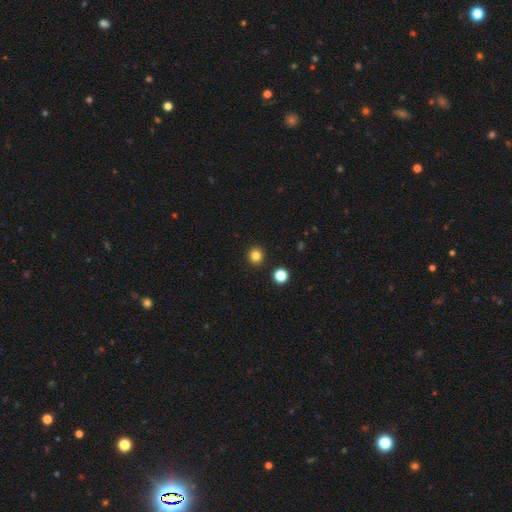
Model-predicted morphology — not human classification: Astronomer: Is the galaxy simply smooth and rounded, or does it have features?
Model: smooth — 83%.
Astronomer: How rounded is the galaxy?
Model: round — 93%.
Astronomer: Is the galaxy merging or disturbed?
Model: none — 92%.